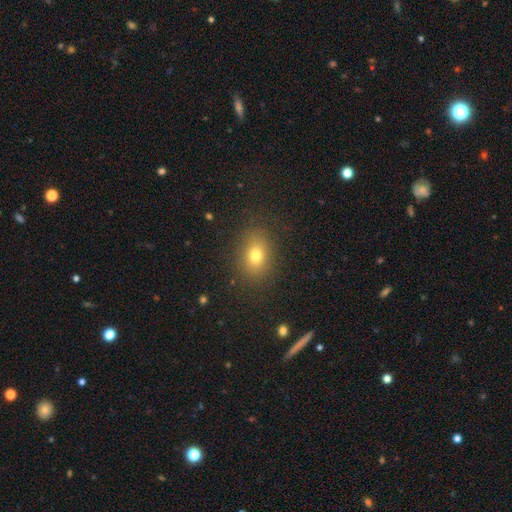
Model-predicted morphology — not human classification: This appears to be a smooth galaxy with no disk features (75%) that is in between round and cigar-shaped (62%). Merging: none (85%).